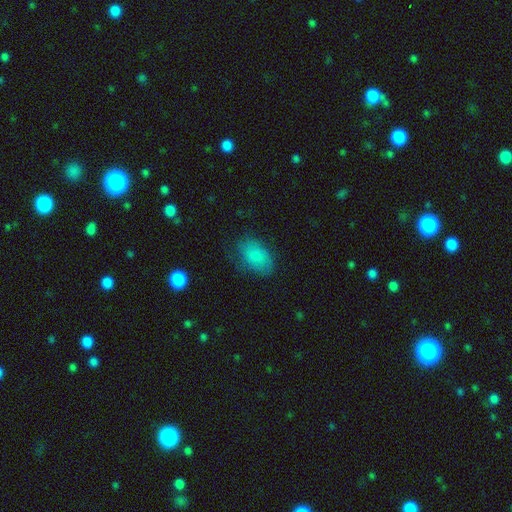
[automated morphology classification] smooth-or-featured: smooth: 78% | featured or disk: 14% | star or artifact: 8%
  how-rounded: in between: 90% | round: 9% | cigar-shaped: 2%
  merging: none: 67% | minor disturbance: 23% | major disturbance: 8% | merger: 2%